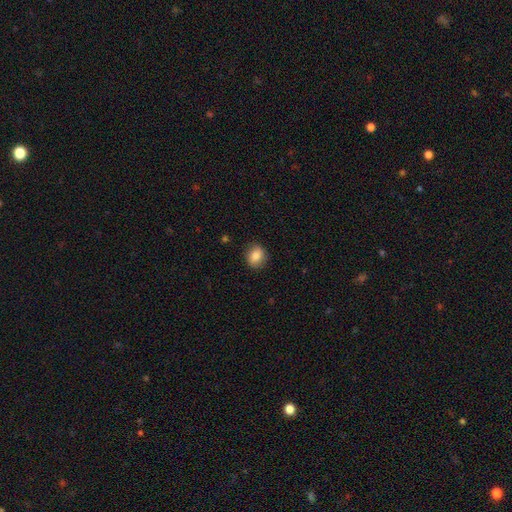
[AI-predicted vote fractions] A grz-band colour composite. It shows a smooth galaxy with no disk features (83%) that is round (61%). Merging: none (86%).